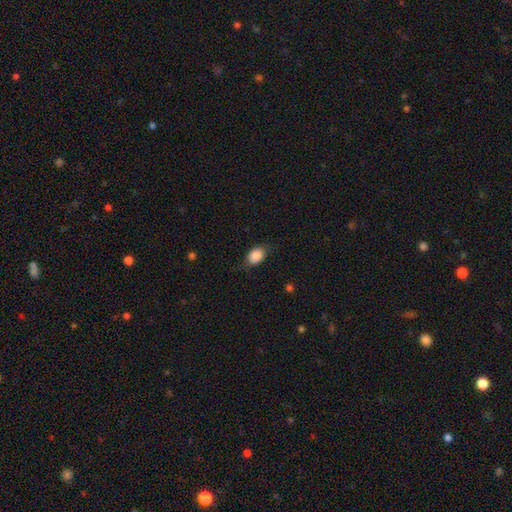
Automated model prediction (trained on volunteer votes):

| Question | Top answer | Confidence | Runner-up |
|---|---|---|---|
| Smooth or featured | smooth | 85% | star or artifact (8%) |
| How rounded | in between | 75% | round (23%) |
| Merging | none | 71% | minor disturbance (22%) |